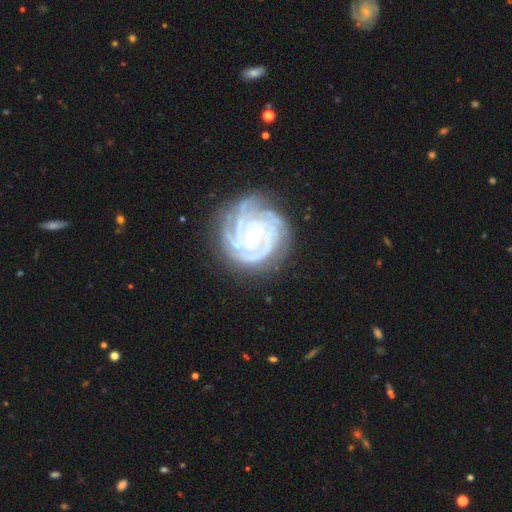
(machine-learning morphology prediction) Smooth or featured?
  - featured or disk: 88% *
  - star or artifact: 6%
  - smooth: 6%
Edge-on disk?
  - no: 98% *
  - yes: 2%
Bar?
  - no: 71% *
  - weak: 21%
  - strong: 8%
Spiral arms?
  - yes: 97% *
  - no: 3%
Spiral winding?
  - tight: 76% *
  - medium: 21%
  - loose: 3%
Spiral arm count?
  - 4: 27% *
  - 3: 23%
  - can't tell: 18%
  - more than 4: 15%
  - 2: 11%
  - 1: 7%
Bulge size?
  - small: 68% *
  - moderate: 27%
  - large: 2%
  - none: 2%
  - dominant: 1%
Merging?
  - none: 72% *
  - minor disturbance: 18%
  - major disturbance: 8%
  - merger: 3%